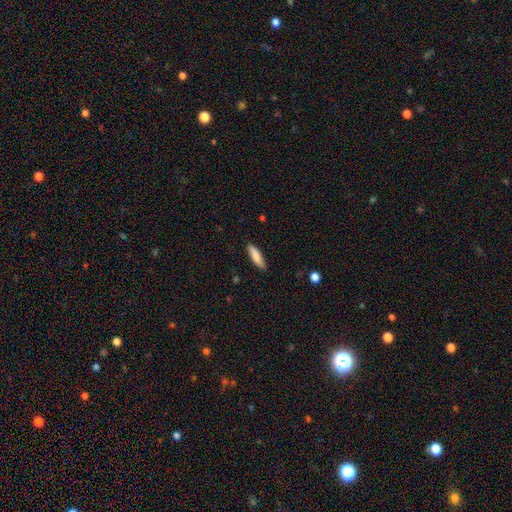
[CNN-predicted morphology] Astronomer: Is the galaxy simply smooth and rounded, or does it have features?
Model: smooth — 81%.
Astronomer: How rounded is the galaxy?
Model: cigar-shaped — 68%.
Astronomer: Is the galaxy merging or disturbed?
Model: none — 84%.